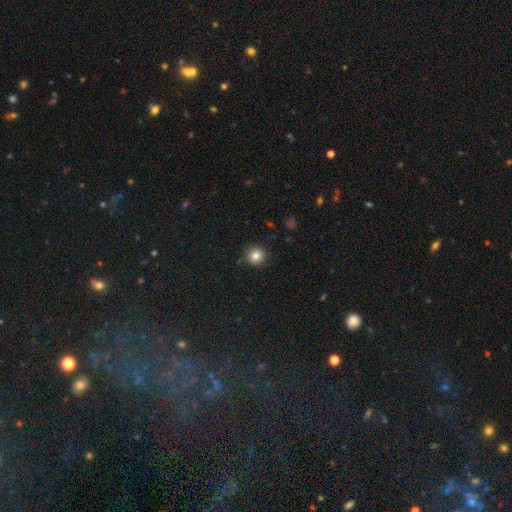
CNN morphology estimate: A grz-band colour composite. It shows a smooth galaxy with no disk features (84%) that is round (92%). Merging: none (89%).